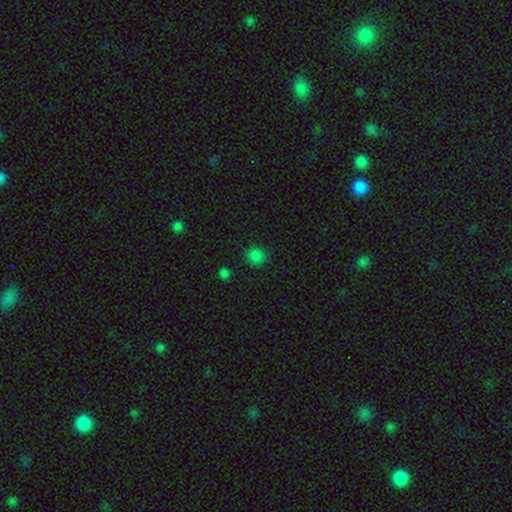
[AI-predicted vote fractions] Smooth or featured: smooth — 82% (star or artifact — 15%)
How rounded: round — 91% (in between — 8%)
Merging: none — 87% (minor disturbance — 8%)